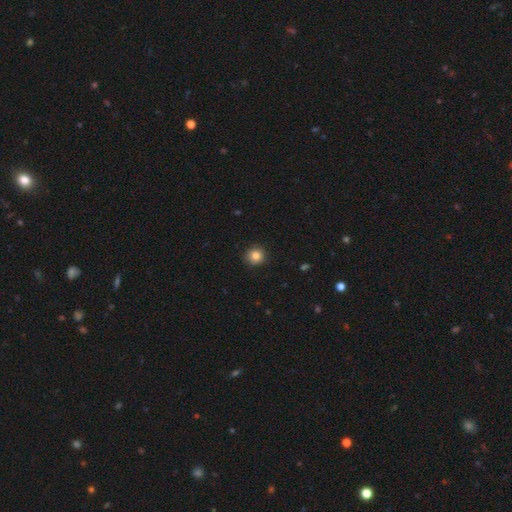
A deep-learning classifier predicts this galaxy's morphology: smooth-or-featured: smooth: 84% | star or artifact: 10% | featured or disk: 6%
  how-rounded: round: 91% | in between: 8% | cigar-shaped: 1%
  merging: none: 90% | minor disturbance: 7% | major disturbance: 2% | merger: 1%